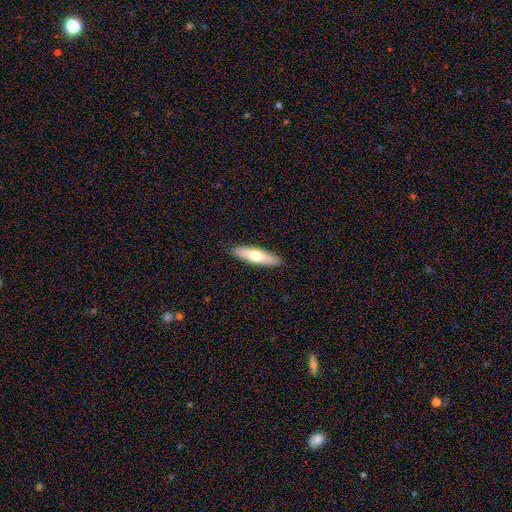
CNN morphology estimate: A smooth galaxy with no disk features (61%) that is cigar-shaped (68%). Merging: none (90%).